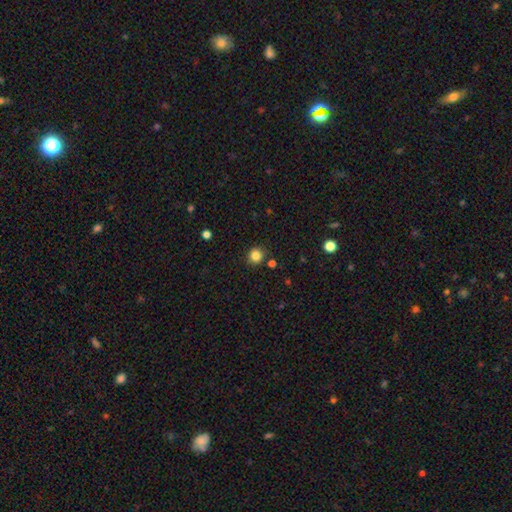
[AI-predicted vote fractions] A smooth galaxy with no disk features (83%) that is round (86%). Merging: none (86%).